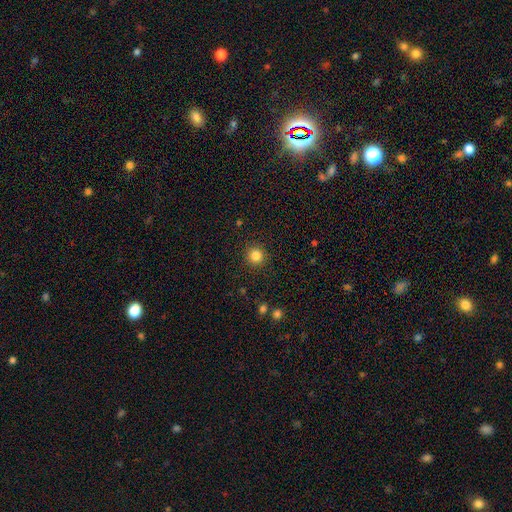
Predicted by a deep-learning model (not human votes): smooth-or-featured: smooth: 84% | star or artifact: 12% | featured or disk: 5%
  how-rounded: round: 94% | in between: 5% | cigar-shaped: 1%
  merging: none: 91% | minor disturbance: 6% | major disturbance: 2% | merger: 1%